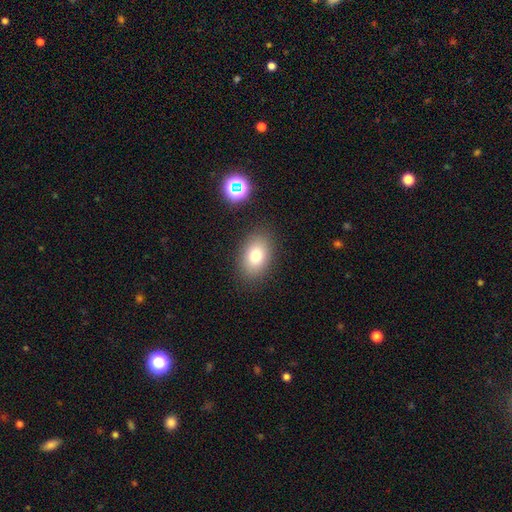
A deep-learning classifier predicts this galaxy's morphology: Smooth or featured: smooth — 78% (star or artifact — 11%)
How rounded: in between — 82% (round — 17%)
Merging: none — 86% (minor disturbance — 9%)